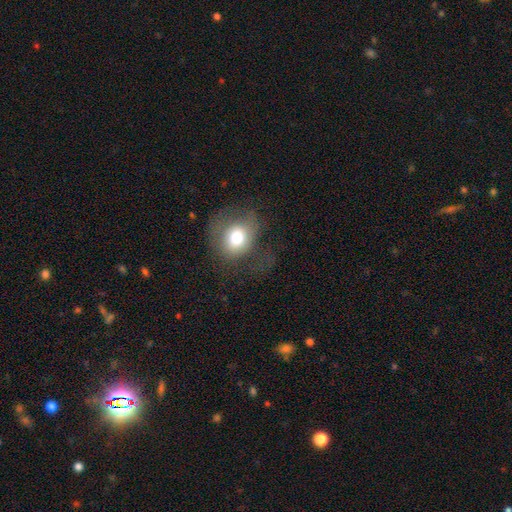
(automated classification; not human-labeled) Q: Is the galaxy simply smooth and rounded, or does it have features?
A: smooth — 61%.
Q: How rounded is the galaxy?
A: round — 70%.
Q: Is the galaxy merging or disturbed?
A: none — 57%.